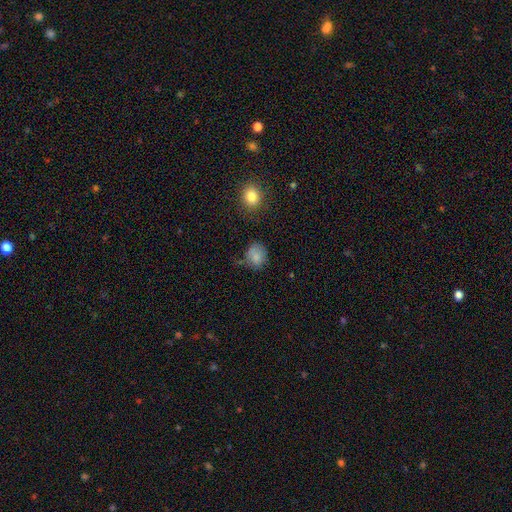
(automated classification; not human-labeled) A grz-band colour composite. It shows a smooth galaxy with no disk features (81%) that is round (71%). Merging: none (61%).